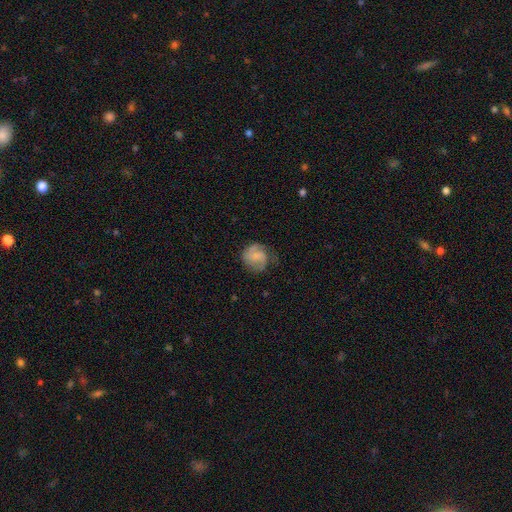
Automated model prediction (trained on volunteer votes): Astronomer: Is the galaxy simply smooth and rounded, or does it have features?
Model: featured or disk — 52% (runner-up: smooth, 41%).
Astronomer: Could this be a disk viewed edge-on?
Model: no — 98%.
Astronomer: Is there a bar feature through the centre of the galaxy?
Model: no — 52% (runner-up: weak, 40%).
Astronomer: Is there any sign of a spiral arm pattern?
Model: yes — 87%.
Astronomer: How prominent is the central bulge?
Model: small — 42% (runner-up: none, 33%).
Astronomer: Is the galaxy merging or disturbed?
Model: none — 60%.